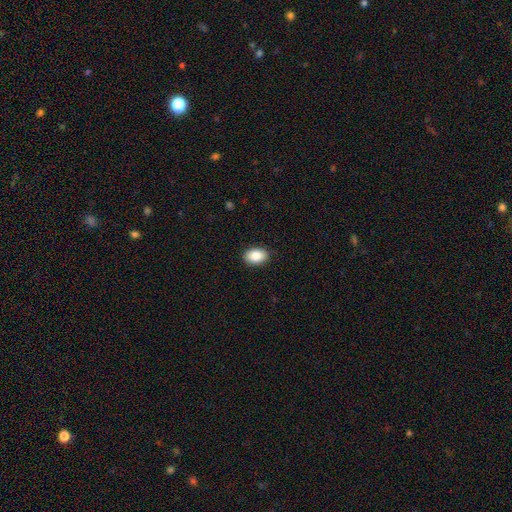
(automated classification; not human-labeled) A smooth galaxy with no disk features (87%) that is in between round and cigar-shaped (87%).

Vote fractions:
- Smooth or featured? smooth: 87% / star or artifact: 8% / featured or disk: 6%
- How rounded? in between: 87% / round: 12% / cigar-shaped: 1%
- Merging? none: 90% / minor disturbance: 8% / major disturbance: 2% / merger: 1%